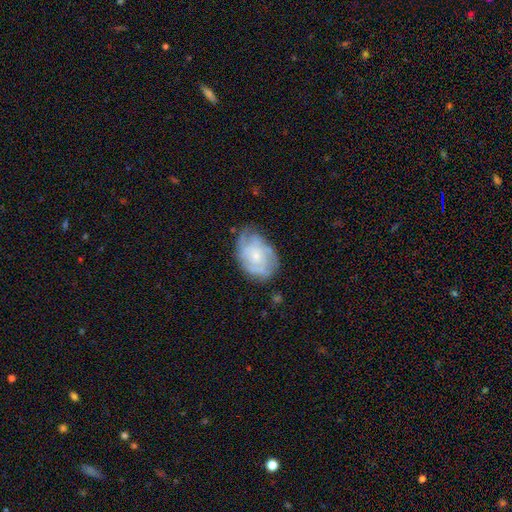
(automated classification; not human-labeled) Overall: featured or disk (70%). Edge-on disk: no (97%). Bar: no (78%). Spiral arms: yes (82%). Spiral arm count: can't tell (47%; 2 18%). Spiral winding: tight (57%; medium 33%). Bulge size: small (65%; moderate 28%). Merging: none (60%; minor disturbance 27%).